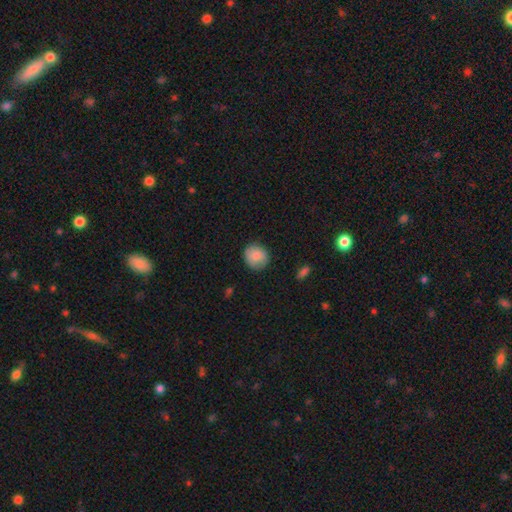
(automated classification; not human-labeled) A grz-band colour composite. It shows a smooth galaxy with no disk features (86%) that is round (87%). Merging: none (85%).